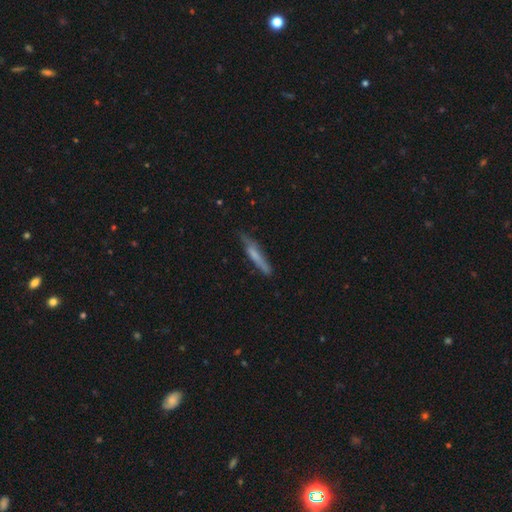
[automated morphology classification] Overall: smooth (60%; featured or disk 34%). How rounded: cigar-shaped (92%). Merging: none (69%).